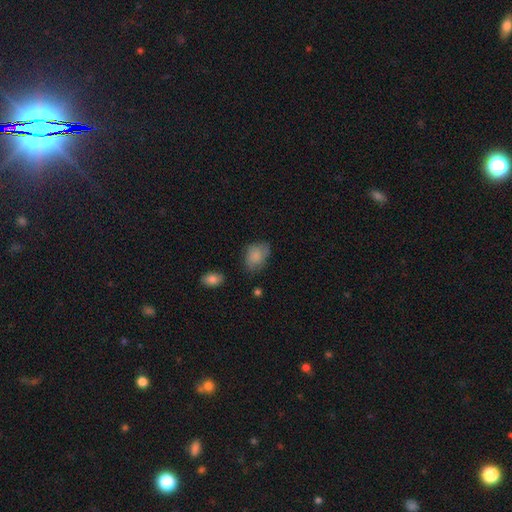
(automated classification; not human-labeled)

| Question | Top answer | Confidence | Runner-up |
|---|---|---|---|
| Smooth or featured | smooth | 81% | featured or disk (11%) |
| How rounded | in between | 75% | round (24%) |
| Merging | none | 59% | minor disturbance (30%) |